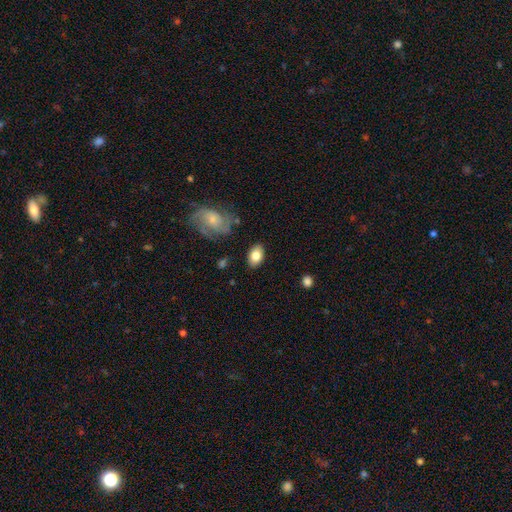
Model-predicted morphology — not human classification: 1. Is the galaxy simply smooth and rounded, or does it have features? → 79% smooth, 14% featured or disk, 7% star or artifact.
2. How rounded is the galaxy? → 88% in between, 10% round, 2% cigar-shaped.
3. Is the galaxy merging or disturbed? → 83% none, 11% minor disturbance, 3% major disturbance, 2% merger.